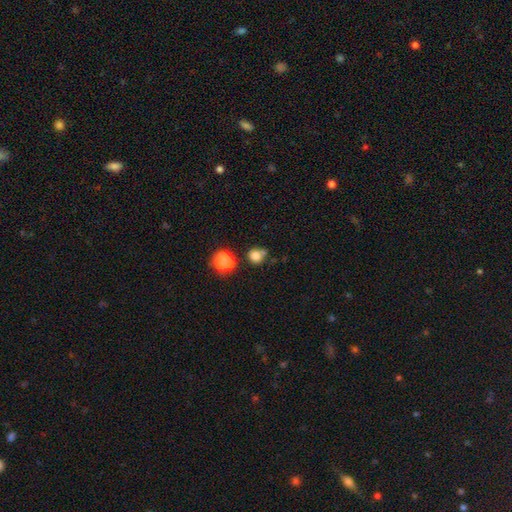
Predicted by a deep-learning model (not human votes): Smooth or featured?
  - smooth: 79% *
  - star or artifact: 15%
  - featured or disk: 6%
How rounded?
  - round: 85% *
  - in between: 14%
  - cigar-shaped: 1%
Merging?
  - none: 61% *
  - merger: 18%
  - minor disturbance: 16%
  - major disturbance: 6%